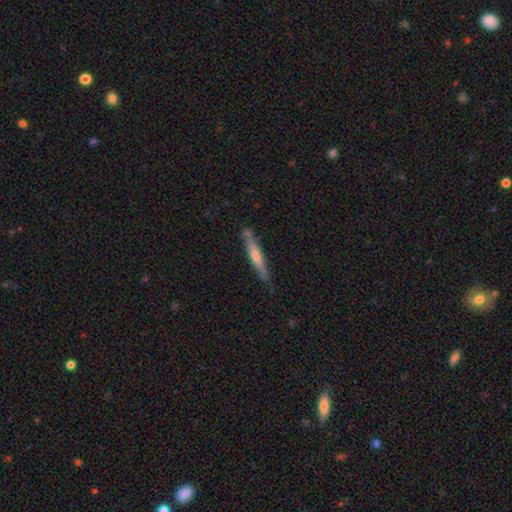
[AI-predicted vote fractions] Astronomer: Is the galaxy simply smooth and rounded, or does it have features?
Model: featured or disk — 61%.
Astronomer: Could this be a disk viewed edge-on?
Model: yes — 96%.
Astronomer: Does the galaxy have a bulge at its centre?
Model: rounded — 66%.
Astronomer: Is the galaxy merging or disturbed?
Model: none — 82%.